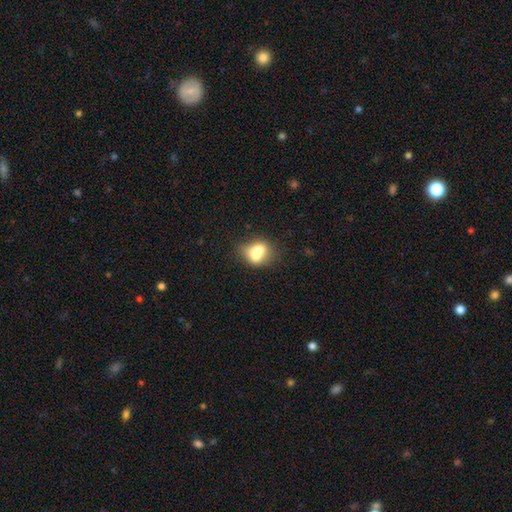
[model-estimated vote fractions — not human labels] smooth-or-featured: smooth: 69% | featured or disk: 21% | star or artifact: 10%
  how-rounded: in between: 54% | round: 44% | cigar-shaped: 2%
  merging: none: 37% (tied) | merger: 37% (tied) | minor disturbance: 18% | major disturbance: 8%